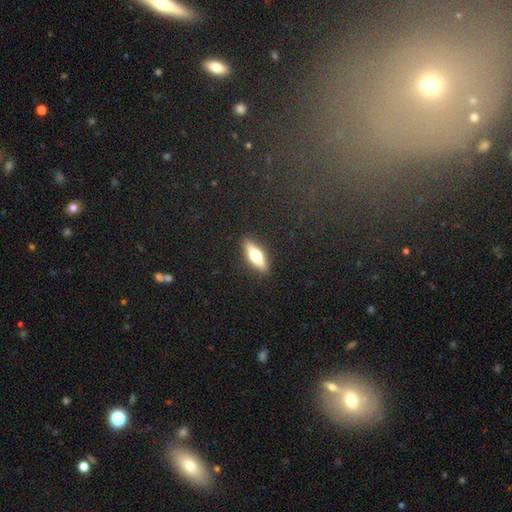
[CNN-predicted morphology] Smooth or featured: smooth — 51% (featured or disk — 42%)
How rounded: cigar-shaped — 55% (in between — 42%)
Merging: none — 89% (minor disturbance — 8%)